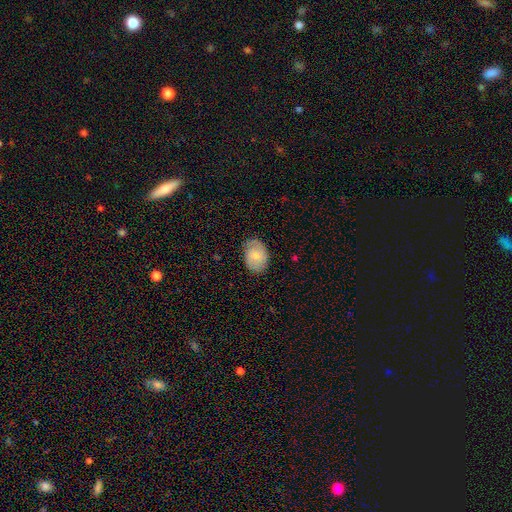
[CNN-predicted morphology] smooth-or-featured: smooth: 68% | featured or disk: 25% | star or artifact: 7%
  how-rounded: in between: 77% | round: 22% | cigar-shaped: 1%
  merging: none: 72% | minor disturbance: 22% | major disturbance: 5% | merger: 1%